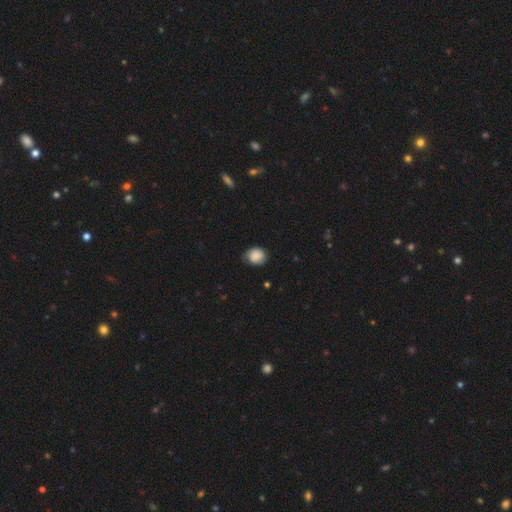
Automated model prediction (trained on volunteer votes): Q: Smooth or featured?
A: smooth (82%); runner-up: featured or disk (10%)
Q: How rounded?
A: round (68%); runner-up: in between (31%)
Q: Merging?
A: none (67%); runner-up: minor disturbance (27%)